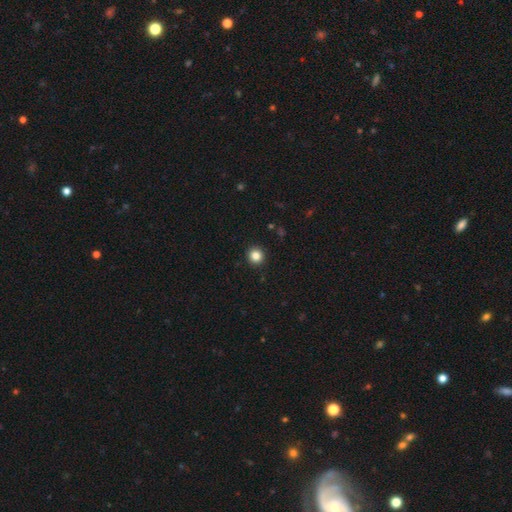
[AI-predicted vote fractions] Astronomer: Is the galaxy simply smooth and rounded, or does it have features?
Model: smooth — 84%.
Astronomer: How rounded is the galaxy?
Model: round — 93%.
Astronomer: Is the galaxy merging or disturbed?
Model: none — 93%.